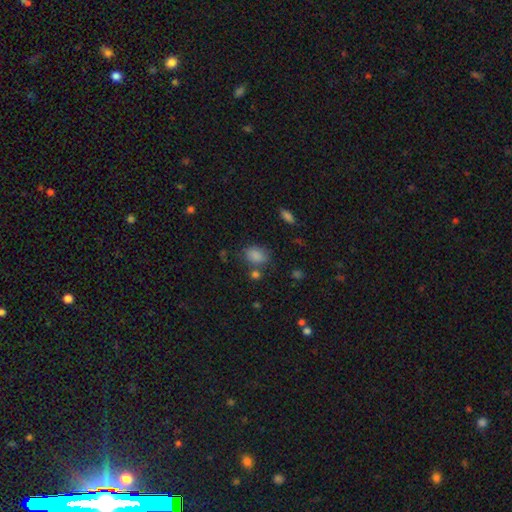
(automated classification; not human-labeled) Smooth or featured? Predicted: smooth (p=0.84). How rounded? Predicted: in between (p=0.71). Merging? Predicted: none (p=0.64).